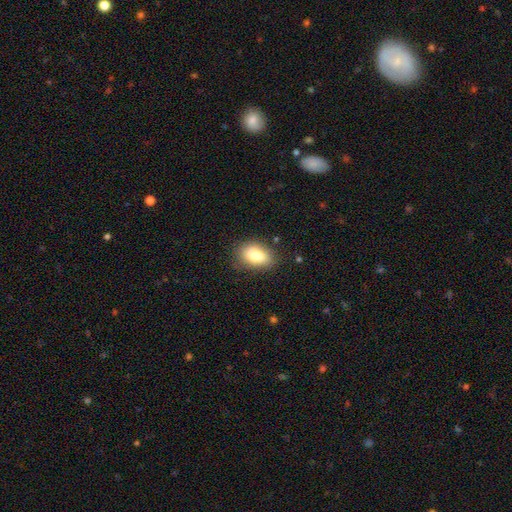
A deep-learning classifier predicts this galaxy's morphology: Overall: smooth (81%). How rounded: in between (83%). Merging: none (78%).